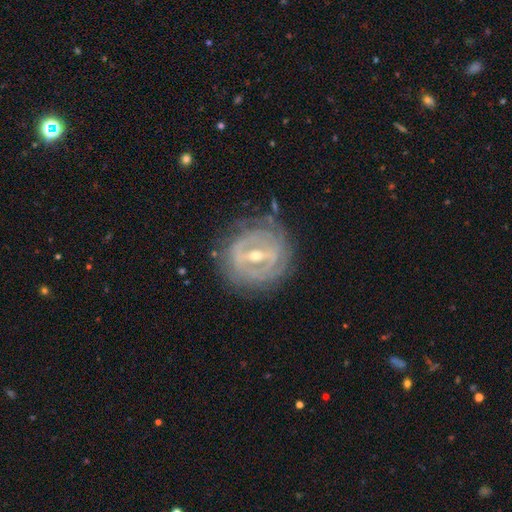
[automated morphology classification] This appears to be a featured or disk galaxy (87%) with a strong bar (64%), tight (76%) spiral arms (74%) and a moderate central bulge (56%). Merging: none (77%).